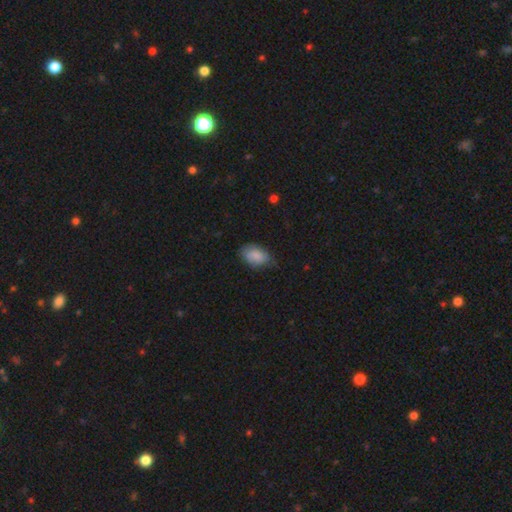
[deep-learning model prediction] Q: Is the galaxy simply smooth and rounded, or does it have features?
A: smooth — 84%.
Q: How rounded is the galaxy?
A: in between — 90%.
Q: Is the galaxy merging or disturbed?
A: none — 65%.